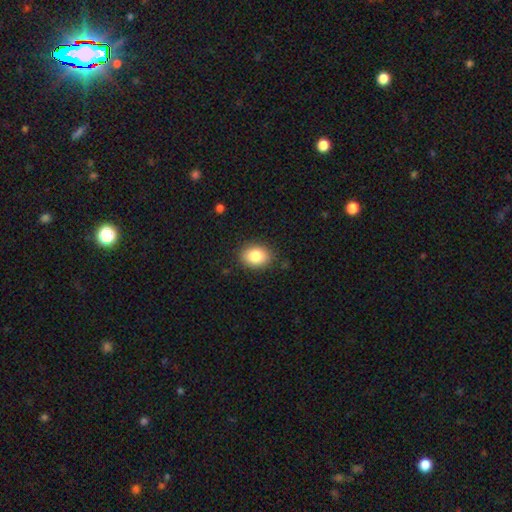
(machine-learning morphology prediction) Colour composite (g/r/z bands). It shows a smooth galaxy with no disk features (85%) that is in between round and cigar-shaped (62%). Merging: none (86%).